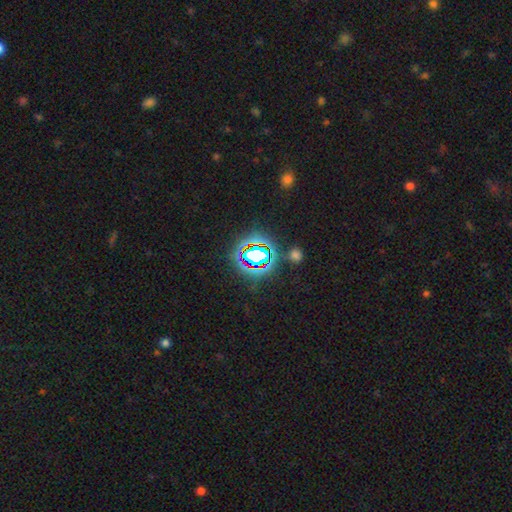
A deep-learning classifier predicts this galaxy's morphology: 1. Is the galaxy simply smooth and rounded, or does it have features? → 71% star or artifact, 18% smooth, 12% featured or disk.